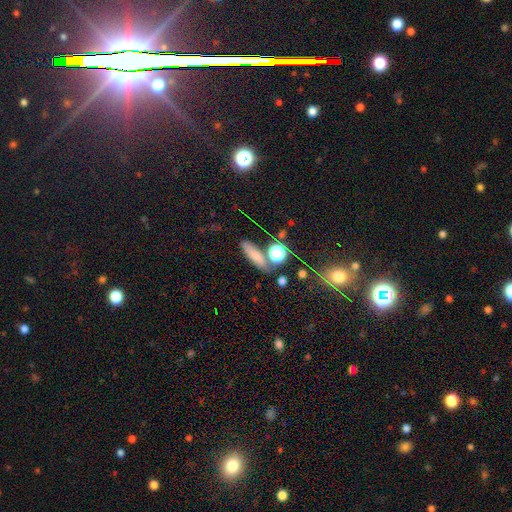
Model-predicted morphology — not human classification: Smooth or featured?
  - smooth: 70% *
  - star or artifact: 18%
  - featured or disk: 12%
How rounded?
  - cigar-shaped: 52% *
  - in between: 35%
  - round: 13%
Merging?
  - none: 71% *
  - minor disturbance: 13%
  - merger: 11%
  - major disturbance: 5%